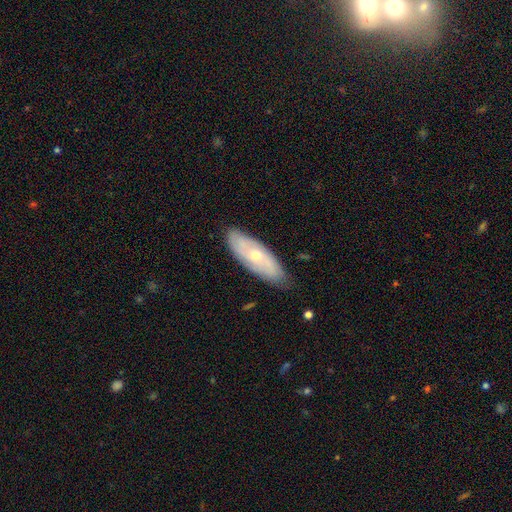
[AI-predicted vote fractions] This appears to be a featured or disk galaxy (52%). Merging: none (81%).